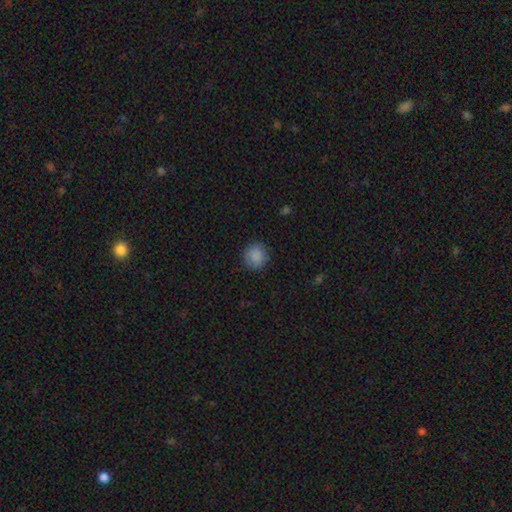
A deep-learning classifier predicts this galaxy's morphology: Smooth or featured? smooth (88%)
How rounded? round (92%)
Merging? none (88%)